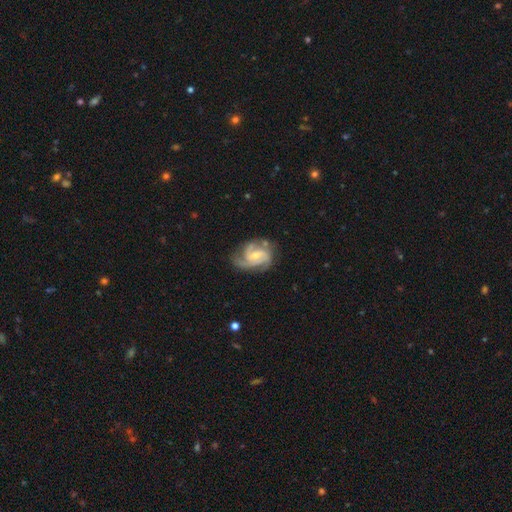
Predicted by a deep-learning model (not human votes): Smooth or featured?
  - featured or disk: 88% *
  - smooth: 7%
  - star or artifact: 5%
Edge-on disk?
  - no: 98% *
  - yes: 2%
Bar?
  - no: 48% *
  - weak: 43%
  - strong: 10%
Spiral arms?
  - yes: 97% *
  - no: 3%
Spiral winding?
  - medium: 50% *
  - tight: 39%
  - loose: 12%
Spiral arm count?
  - 3: 56% *
  - 2: 23%
  - can't tell: 8%
  - 4: 7%
  - 1: 3%
  - more than 4: 3%
Bulge size?
  - small: 51% *
  - moderate: 43%
  - none: 3%
  - large: 2%
  - dominant: 1%
Merging?
  - none: 63% *
  - minor disturbance: 23%
  - major disturbance: 11%
  - merger: 3%